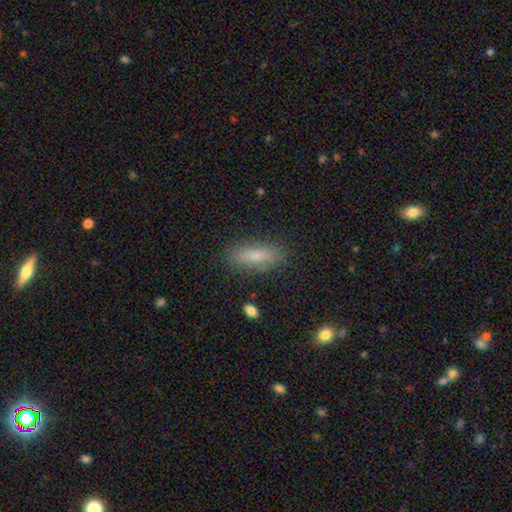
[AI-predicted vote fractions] The model was most divided on "how rounded": in between: 56%, cigar-shaped: 42%, round: 3%. More confident: merging — none (86%); smooth or featured — smooth (78%).